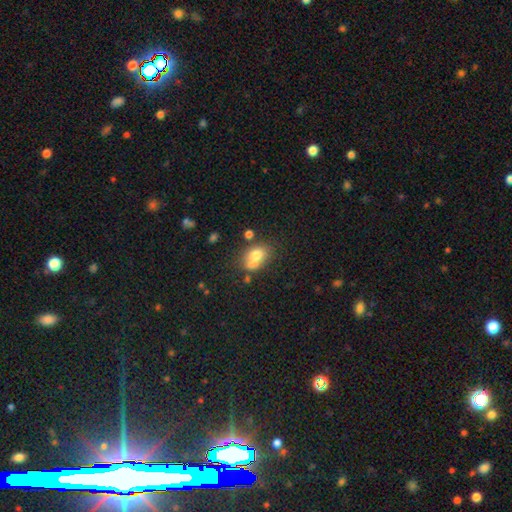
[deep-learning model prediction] Smooth or featured: smooth — 71% (featured or disk — 18%)
How rounded: in between — 70% (round — 28%)
Merging: none — 37% (merger — 34%)